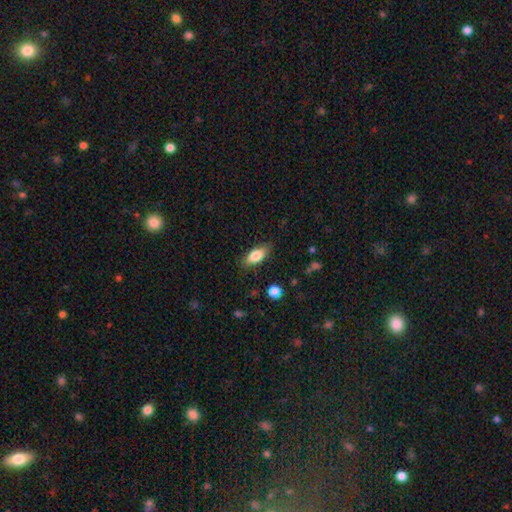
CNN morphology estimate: smooth 79%, featured or disk 14%, star or artifact 7%. Down the decision tree: how rounded — in between (80%); merging — none (83%).